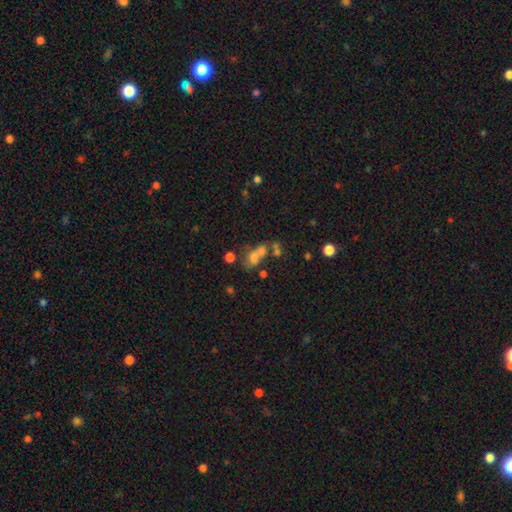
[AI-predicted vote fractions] Smooth or featured? Predicted: smooth (p=0.56). How rounded? Predicted: in between (p=0.68). Merging? Predicted: merger (p=0.49).